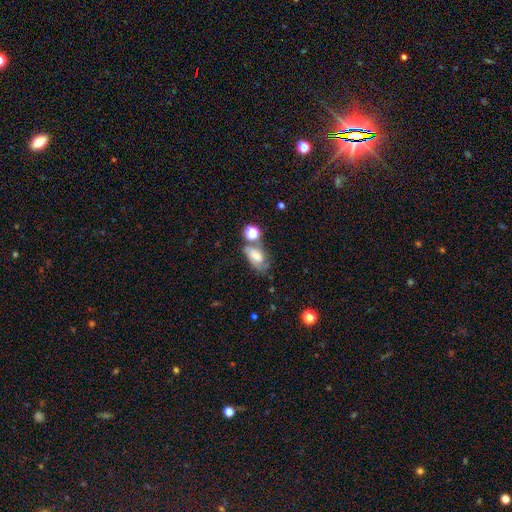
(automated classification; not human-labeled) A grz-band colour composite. It shows a smooth galaxy with no disk features (55%) that is in between round and cigar-shaped (83%). Merging: none (35%).